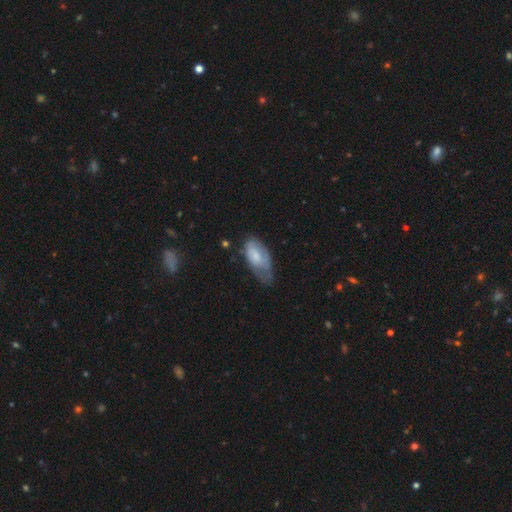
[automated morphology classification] type=smooth (58%); roundness=in between (90%); merging=minor disturbance (40%).